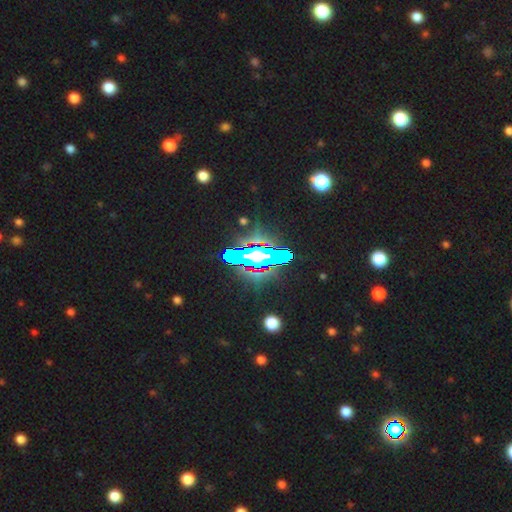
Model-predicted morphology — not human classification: Smooth or featured? Predicted: star or artifact (p=0.64).